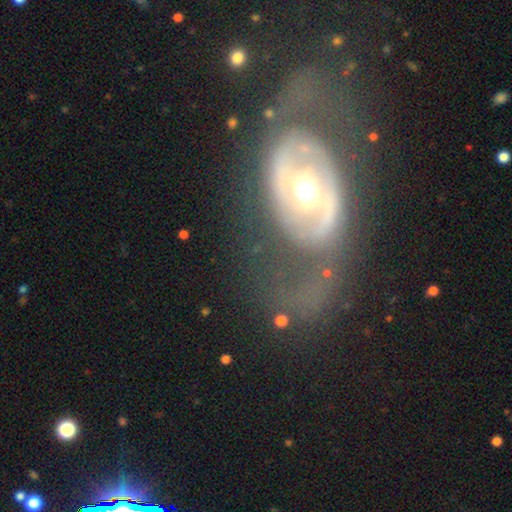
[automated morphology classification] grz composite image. It shows a featured or disk galaxy (77%) with no bar (52%), spiral arms (55%) and a moderate central bulge (68%). Merging: none (55%).